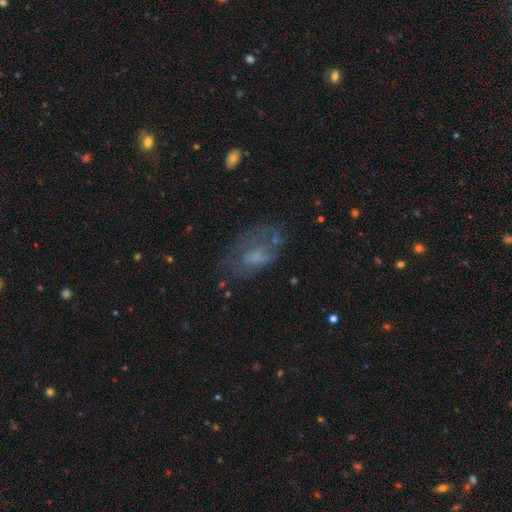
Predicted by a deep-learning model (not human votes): Q: Smooth or featured?
A: smooth (47%); runner-up: featured or disk (39%)
Q: Merging?
A: none (47%); runner-up: major disturbance (25%)